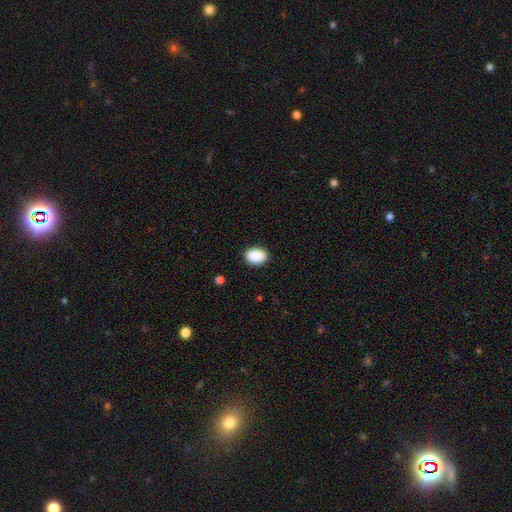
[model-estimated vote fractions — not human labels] smooth-or-featured: smooth: 90% | star or artifact: 7% | featured or disk: 2%
  how-rounded: in between: 78% | round: 21% | cigar-shaped: 1%
  merging: none: 88% | minor disturbance: 9% | major disturbance: 2% | merger: 1%